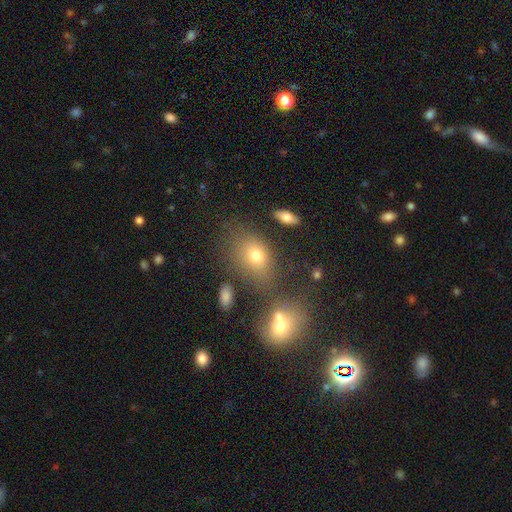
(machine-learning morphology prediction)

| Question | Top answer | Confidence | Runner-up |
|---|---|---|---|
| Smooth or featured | smooth | 69% | star or artifact (16%) |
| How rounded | in between | 69% | round (29%) |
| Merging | none | 65% | minor disturbance (16%) |